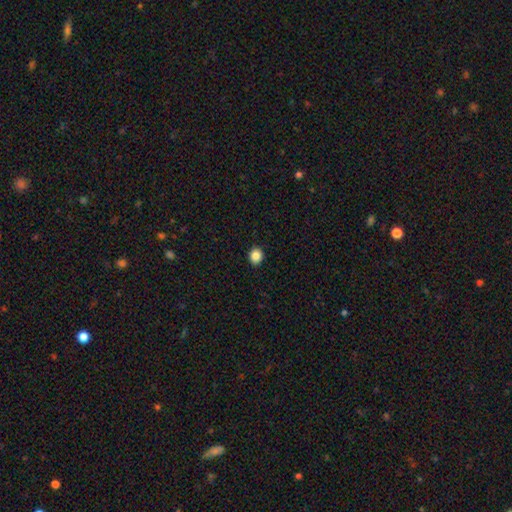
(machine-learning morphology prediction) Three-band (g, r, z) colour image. It shows a smooth galaxy with no disk features (86%) that is round (76%). Merging: none (91%).